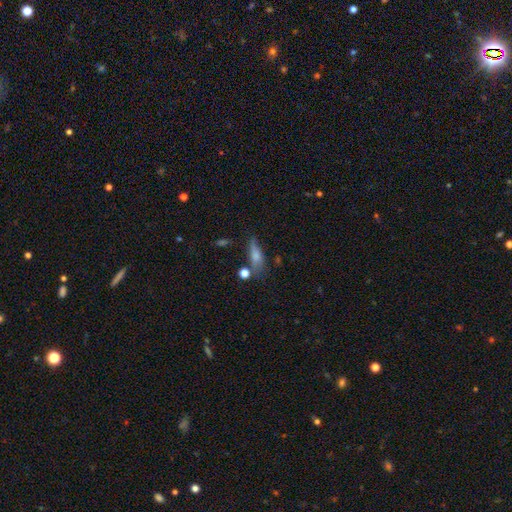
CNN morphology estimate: Smooth or featured? smooth (70%)
How rounded? in between (57%)
Merging? none (53%)